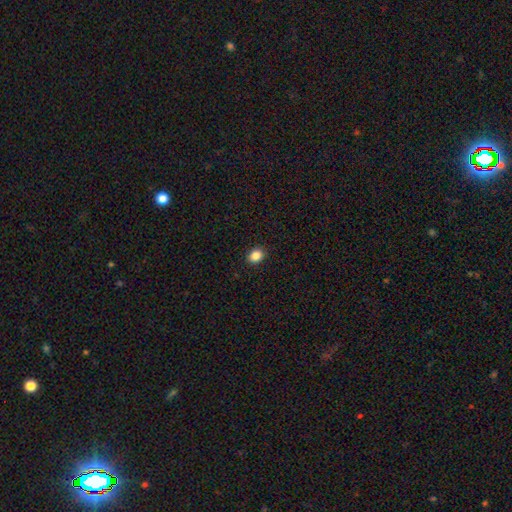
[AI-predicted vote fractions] Morphology: type=smooth (87%); roundness=in between (52%); merging=none (91%).